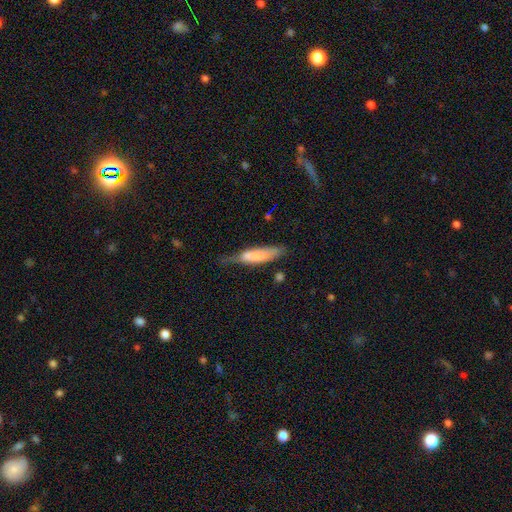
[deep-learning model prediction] This is likely a smooth galaxy (67%). How rounded: likely cigar-shaped (71%). Merging: possibly none (46%).